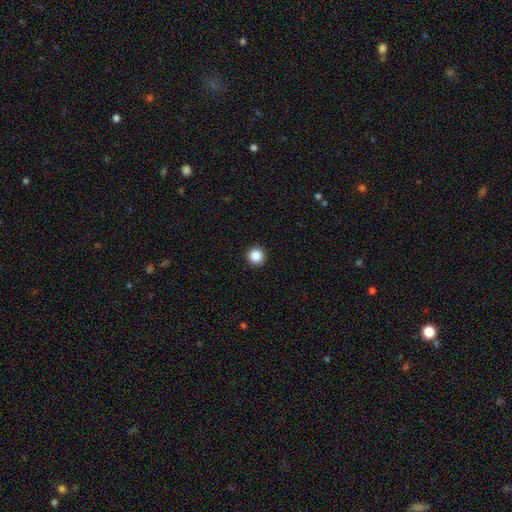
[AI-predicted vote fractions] smooth_or_featured: smooth (p=0.88) [alt: star or artifact p=0.10]
how_rounded: round (p=0.96) [alt: in between p=0.03]
merging: none (p=0.94) [alt: minor disturbance p=0.04]